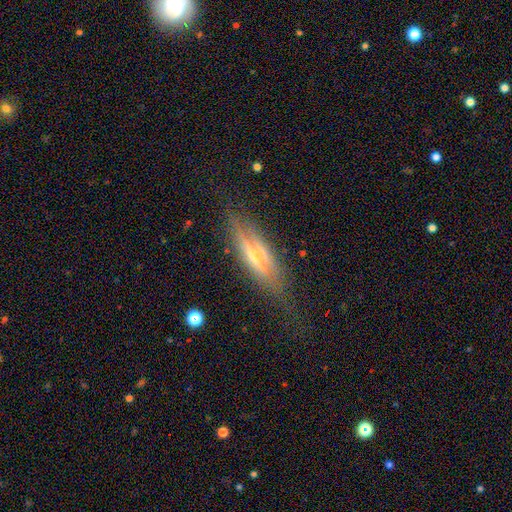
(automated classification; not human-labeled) The model was most divided on "smooth or featured": featured or disk: 66%, smooth: 25%, star or artifact: 9%. More confident: edge-on disk — yes (88%); edge-on bulge — rounded (80%); merging — none (74%).